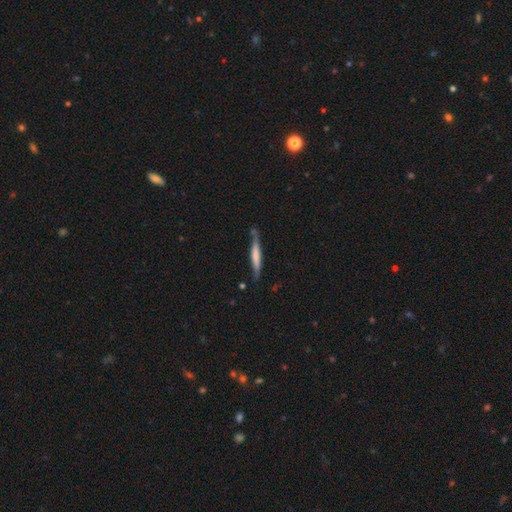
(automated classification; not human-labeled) The model was most divided on "smooth or featured": smooth: 49%, featured or disk: 46%, star or artifact: 5%. More confident: merging — none (73%).